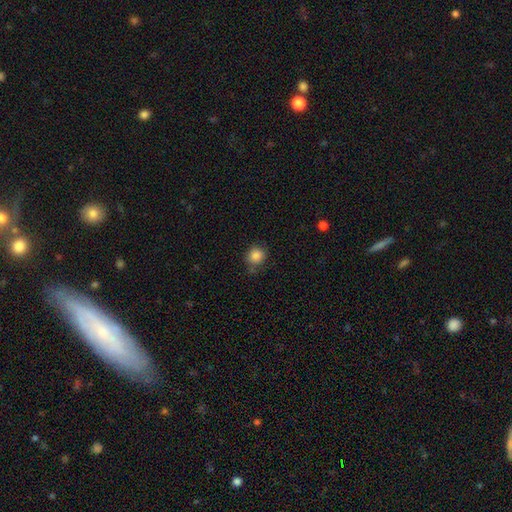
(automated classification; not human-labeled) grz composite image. It shows a smooth galaxy with no disk features (86%) that is round (84%). Merging: none (76%).